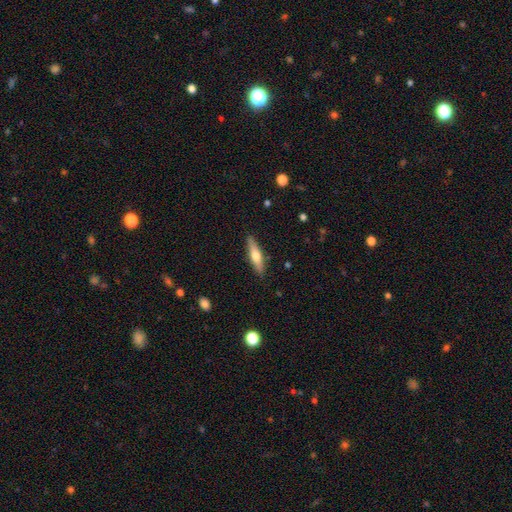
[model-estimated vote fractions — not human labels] Smooth or featured? smooth (52%)
How rounded? cigar-shaped (77%)
Merging? none (88%)